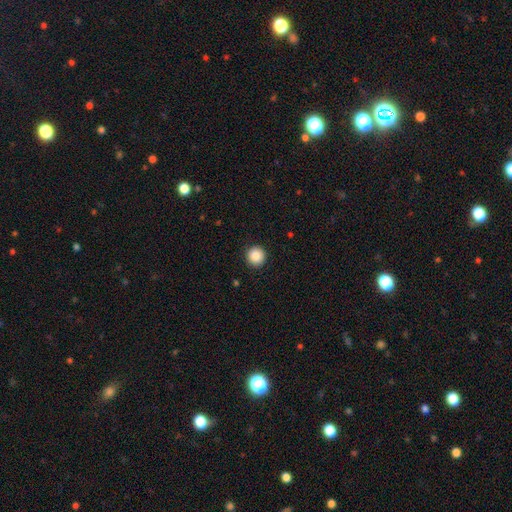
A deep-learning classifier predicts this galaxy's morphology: The model was most divided on "smooth or featured": smooth: 86%, star or artifact: 9%, featured or disk: 5%. More confident: how rounded — round (96%); merging — none (93%).